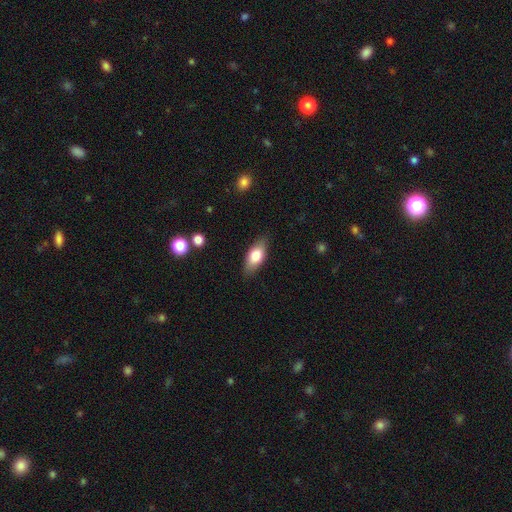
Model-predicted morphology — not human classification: type=smooth (74%); roundness=in between (84%); merging=none (85%).